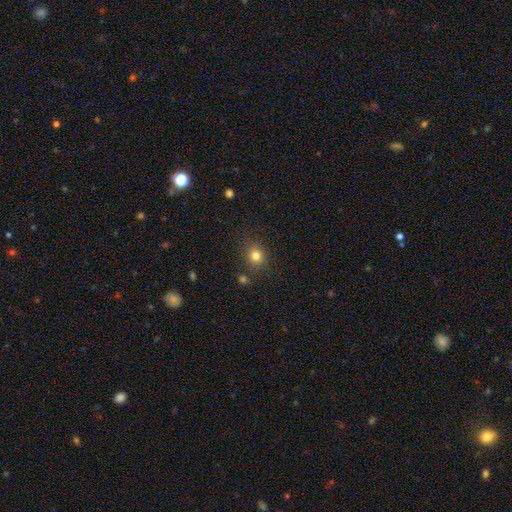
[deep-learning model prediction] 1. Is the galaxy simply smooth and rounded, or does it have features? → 80% smooth, 13% star or artifact, 7% featured or disk.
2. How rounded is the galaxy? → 81% round, 18% in between, 1% cigar-shaped.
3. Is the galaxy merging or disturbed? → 82% none, 11% minor disturbance, 4% merger, 4% major disturbance.